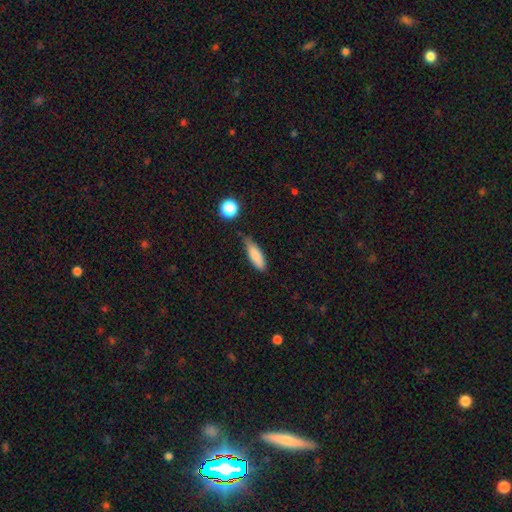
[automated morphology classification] Smooth or featured: smooth — 83% (featured or disk — 9%)
How rounded: in between — 51% (cigar-shaped — 47%)
Merging: none — 60% (minor disturbance — 30%)